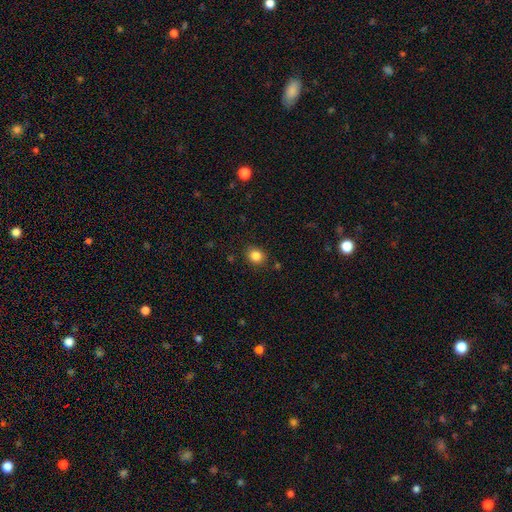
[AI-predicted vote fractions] Q: Smooth or featured?
A: smooth (84%); runner-up: star or artifact (11%)
Q: How rounded?
A: round (72%); runner-up: in between (27%)
Q: Merging?
A: none (87%); runner-up: minor disturbance (9%)